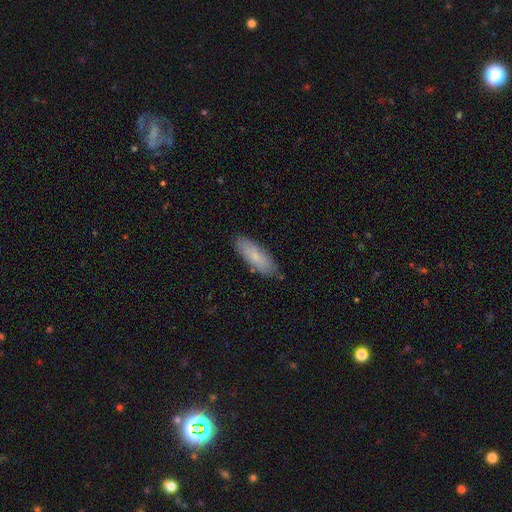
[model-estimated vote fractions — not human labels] Morphology: type=smooth (77%); roundness=in between (54%); merging=none (84%).